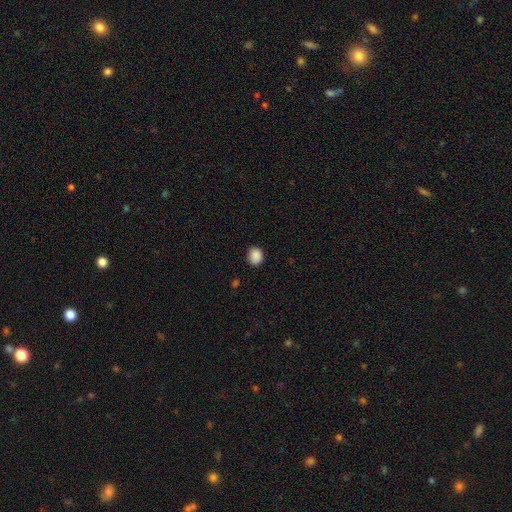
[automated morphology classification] Smooth or featured? Predicted: smooth (p=0.89). How rounded? Predicted: round (p=0.64). Merging? Predicted: none (p=0.86).